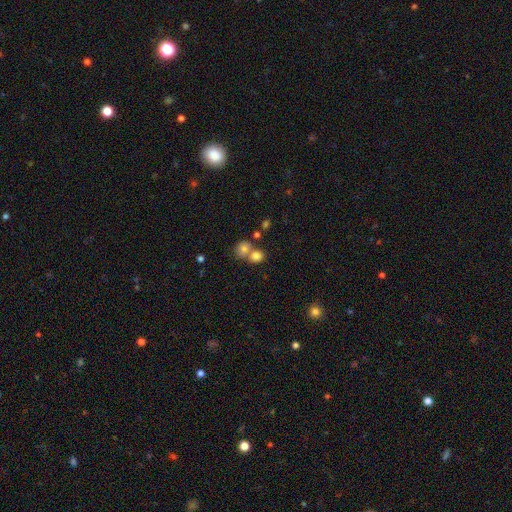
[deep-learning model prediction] This is likely a smooth galaxy (79%). How rounded: likely round (71%). Merging: possibly merger (48%).